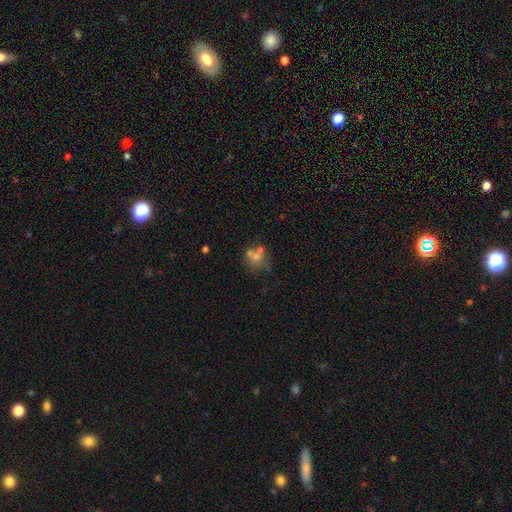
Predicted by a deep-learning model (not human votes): Smooth or featured? smooth (59%)
How rounded? round (65%)
Merging? none (39%)